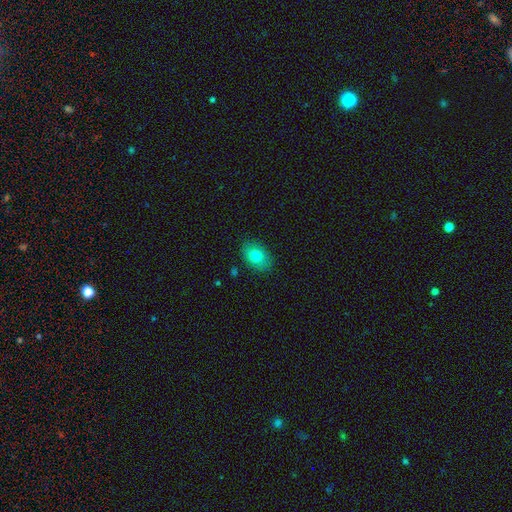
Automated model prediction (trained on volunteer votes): Smooth or featured?
  - smooth: 79% *
  - featured or disk: 13%
  - star or artifact: 9%
How rounded?
  - in between: 79% *
  - round: 20%
  - cigar-shaped: 1%
Merging?
  - none: 86% *
  - minor disturbance: 10%
  - major disturbance: 2%
  - merger: 1%